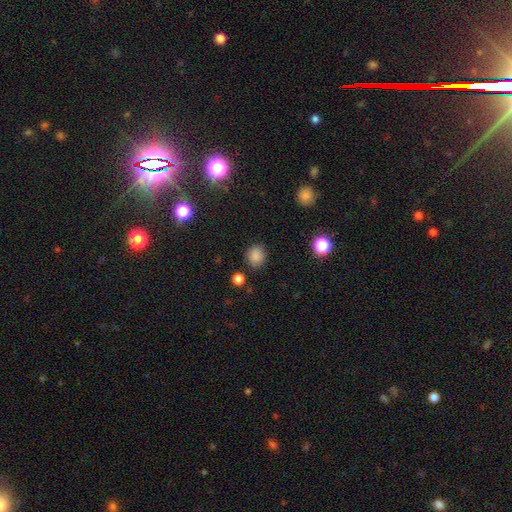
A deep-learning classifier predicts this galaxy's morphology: This appears to be a smooth galaxy with no disk features (84%) that is round (72%). Merging: none (85%).